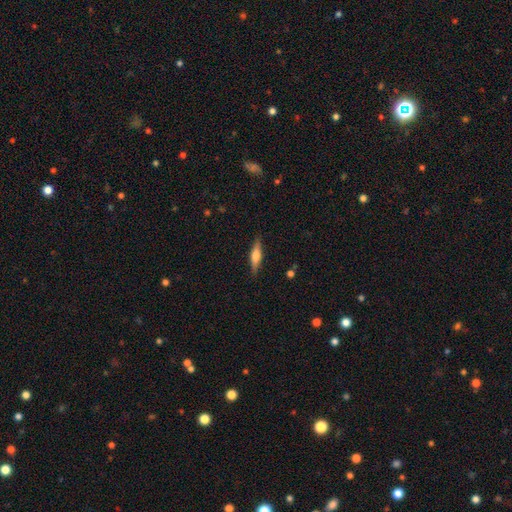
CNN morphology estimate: A featured or disk galaxy (50%). Merging: none (88%).